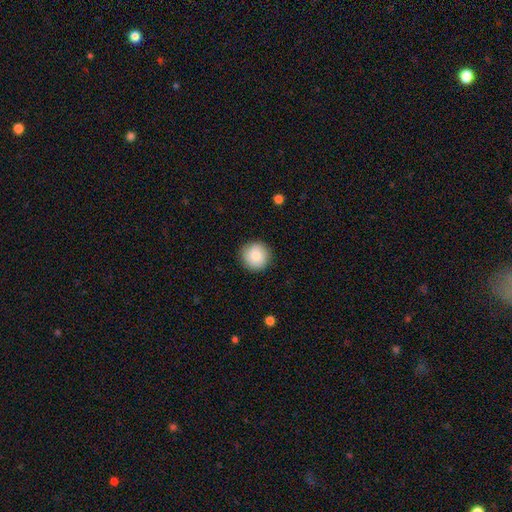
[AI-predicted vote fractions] Smooth or featured: smooth — 83% (featured or disk — 9%)
How rounded: round — 95% (in between — 4%)
Merging: none — 90% (minor disturbance — 7%)